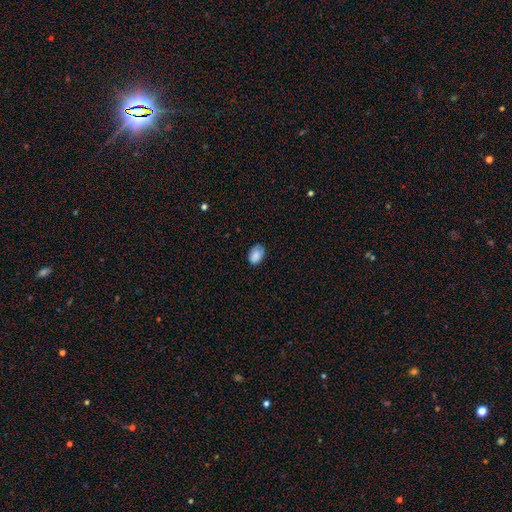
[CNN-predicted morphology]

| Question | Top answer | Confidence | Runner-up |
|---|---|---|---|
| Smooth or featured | smooth | 86% | star or artifact (8%) |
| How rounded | in between | 80% | round (19%) |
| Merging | none | 73% | minor disturbance (22%) |